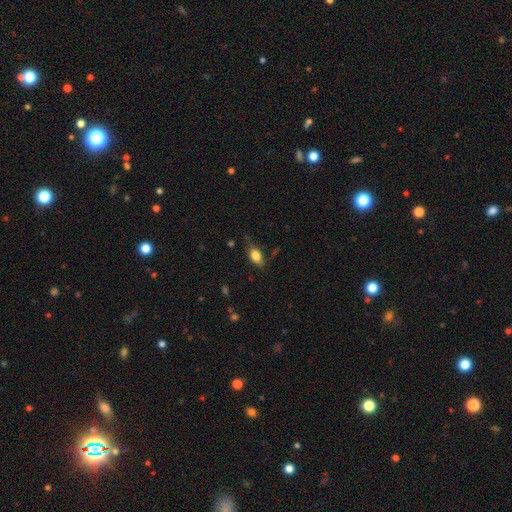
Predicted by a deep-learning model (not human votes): A smooth galaxy with no disk features (80%) that is in between round and cigar-shaped (84%). Merging: none (63%).